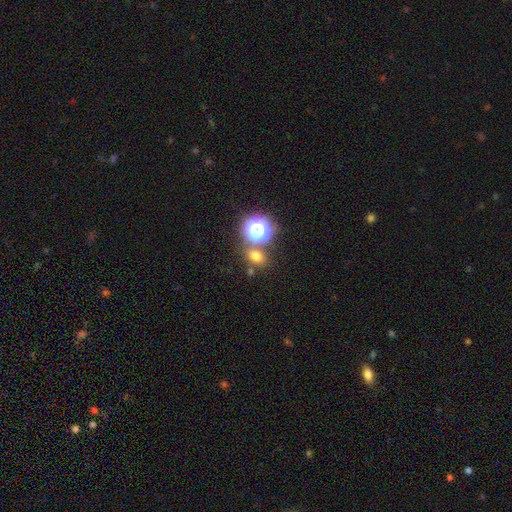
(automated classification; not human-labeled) Smooth or featured? Predicted: smooth (p=0.68). How rounded? Predicted: round (p=0.54). Merging? Predicted: none (p=0.69).